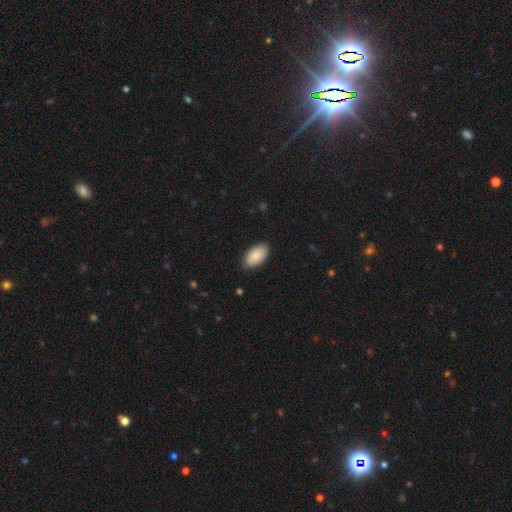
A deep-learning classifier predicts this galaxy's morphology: smooth-or-featured: smooth: 87% | featured or disk: 7% | star or artifact: 6%
  how-rounded: in between: 95% | round: 3% | cigar-shaped: 2%
  merging: none: 86% | minor disturbance: 11% | major disturbance: 2% | merger: 1%